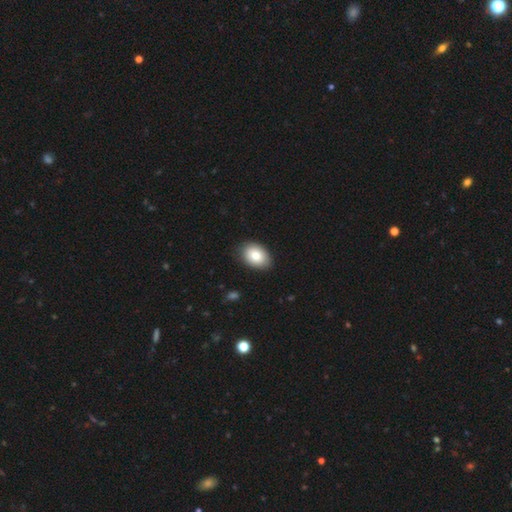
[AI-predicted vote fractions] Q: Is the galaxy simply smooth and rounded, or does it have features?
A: smooth — 81%.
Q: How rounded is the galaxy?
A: in between — 79%.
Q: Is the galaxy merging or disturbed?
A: none — 86%.